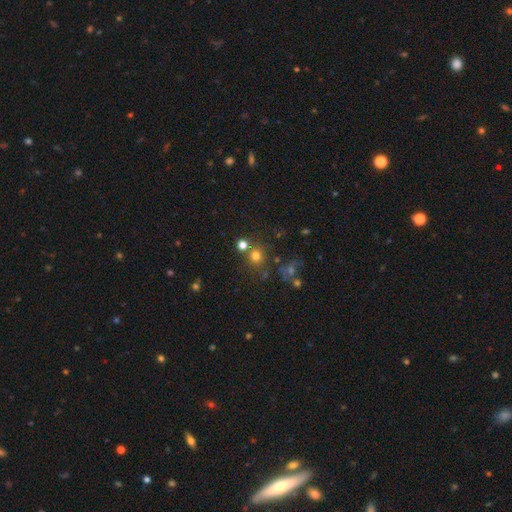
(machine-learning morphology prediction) A smooth galaxy with no disk features (72%) that is round (88%). Merging: none (70%).